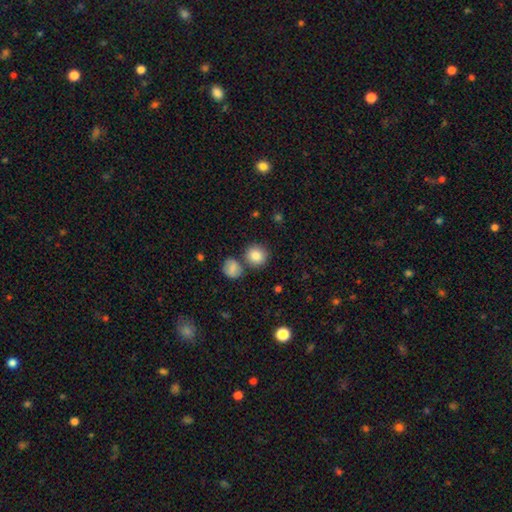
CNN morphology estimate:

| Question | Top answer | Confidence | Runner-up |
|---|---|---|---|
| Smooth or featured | smooth | 85% | star or artifact (9%) |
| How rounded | round | 87% | in between (12%) |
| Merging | none | 71% | merger (17%) |